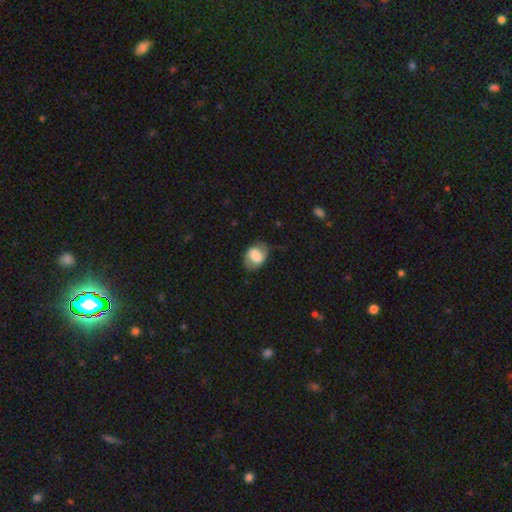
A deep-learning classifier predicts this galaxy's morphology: A smooth galaxy with no disk features (48%).

Vote fractions:
- Smooth or featured? smooth: 48% / featured or disk: 44% / star or artifact: 8%
- Merging? none: 68% / minor disturbance: 22% / major disturbance: 9% / merger: 1%